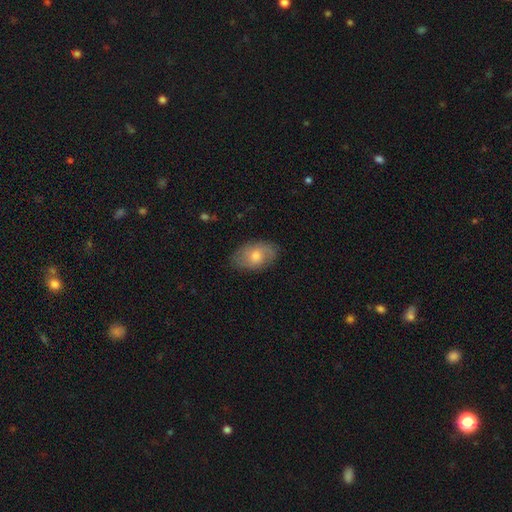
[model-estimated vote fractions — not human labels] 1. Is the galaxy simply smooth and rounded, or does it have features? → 57% smooth, 35% featured or disk, 7% star or artifact.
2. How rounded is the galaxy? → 87% in between, 11% round, 1% cigar-shaped.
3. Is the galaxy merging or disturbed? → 79% none, 16% minor disturbance, 4% major disturbance, 1% merger.